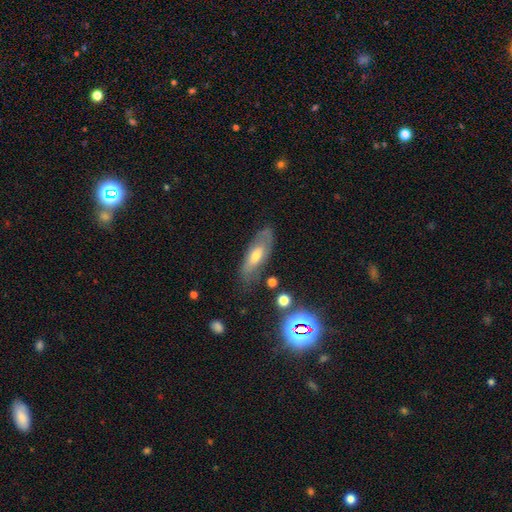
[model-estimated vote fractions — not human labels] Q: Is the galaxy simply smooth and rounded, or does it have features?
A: featured or disk — 46%.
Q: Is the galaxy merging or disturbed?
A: none — 71%.